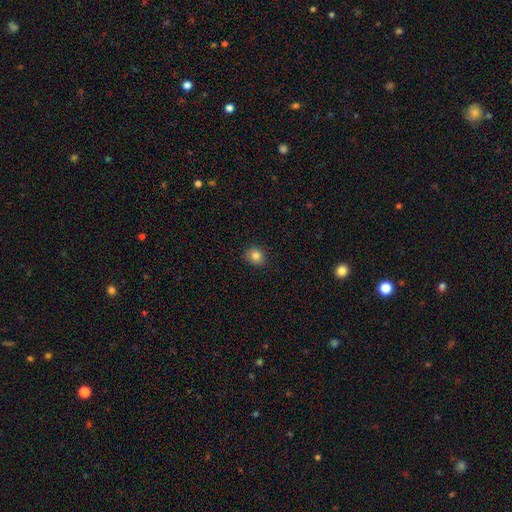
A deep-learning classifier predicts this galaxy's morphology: Overall: smooth (83%). How rounded: round (75%). Merging: none (87%).